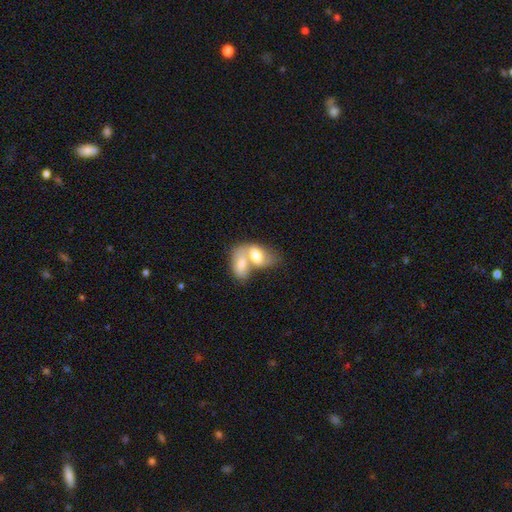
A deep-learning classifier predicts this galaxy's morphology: Smooth or featured? smooth (66%)
How rounded? in between (89%)
Merging? merger (78%)